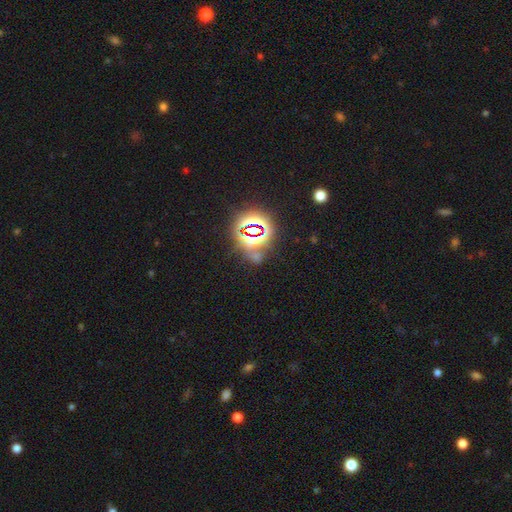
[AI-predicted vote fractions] A star or artifact, not a galaxy (78%).